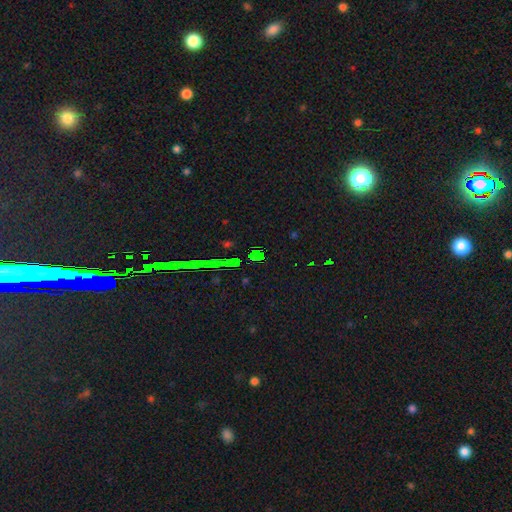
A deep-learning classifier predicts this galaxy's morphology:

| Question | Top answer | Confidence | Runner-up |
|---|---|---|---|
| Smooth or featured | star or artifact | 72% | smooth (18%) |